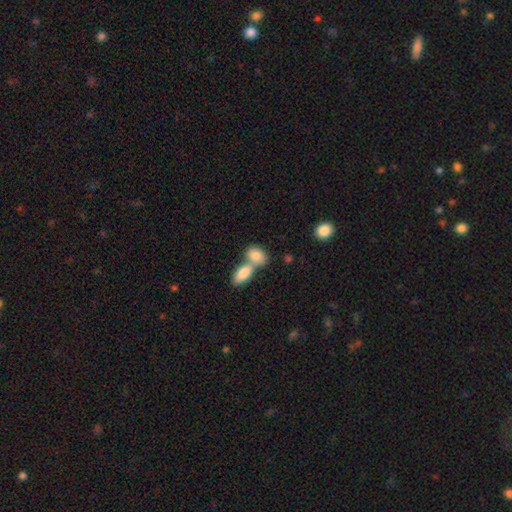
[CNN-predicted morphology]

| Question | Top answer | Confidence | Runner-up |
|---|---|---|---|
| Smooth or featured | smooth | 84% | featured or disk (9%) |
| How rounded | in between | 87% | round (9%) |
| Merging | merger | 63% | none (27%) |